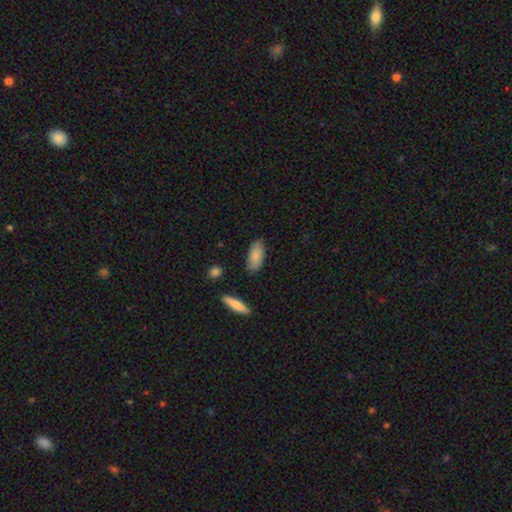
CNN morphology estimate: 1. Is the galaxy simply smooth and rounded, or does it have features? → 82% smooth, 12% featured or disk, 6% star or artifact.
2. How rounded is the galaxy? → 85% in between, 12% cigar-shaped, 2% round.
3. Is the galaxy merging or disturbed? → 75% none, 19% minor disturbance, 4% major disturbance, 2% merger.